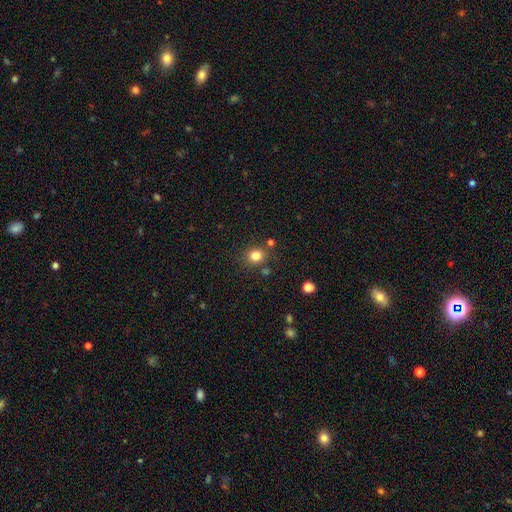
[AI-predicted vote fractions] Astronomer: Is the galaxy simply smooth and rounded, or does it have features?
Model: smooth — 81%.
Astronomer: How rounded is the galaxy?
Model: round — 77%.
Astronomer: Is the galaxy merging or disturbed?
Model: none — 79%.